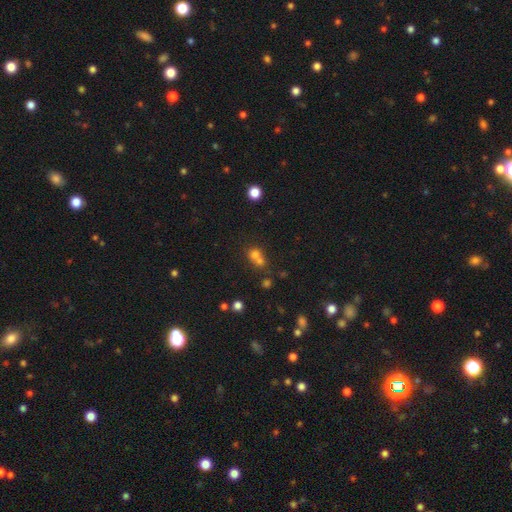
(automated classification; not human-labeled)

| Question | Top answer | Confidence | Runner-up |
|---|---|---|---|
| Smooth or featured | smooth | 64% | star or artifact (22%) |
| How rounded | round | 78% | in between (21%) |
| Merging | merger | 56% | none (35%) |